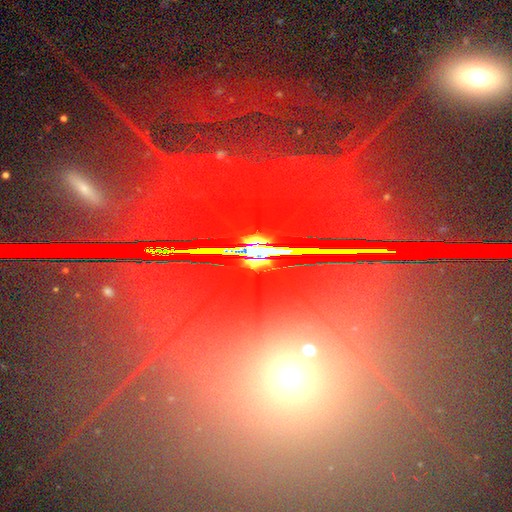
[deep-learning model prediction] This is likely a star or artifact rather than a galaxy (67%).